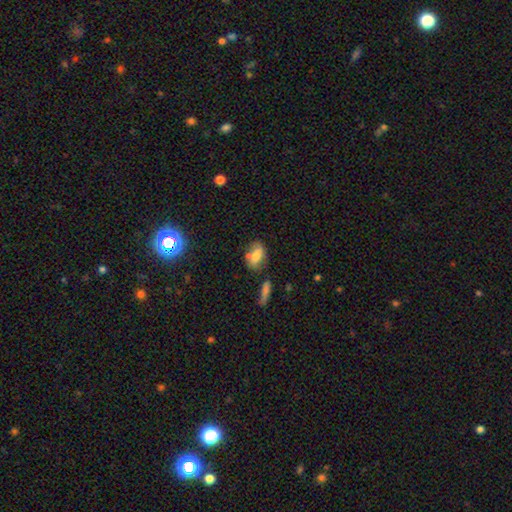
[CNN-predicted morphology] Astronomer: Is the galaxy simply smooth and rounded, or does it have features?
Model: smooth — 70%.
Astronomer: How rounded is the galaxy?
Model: in between — 84%.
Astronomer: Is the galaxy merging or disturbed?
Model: none — 62%.